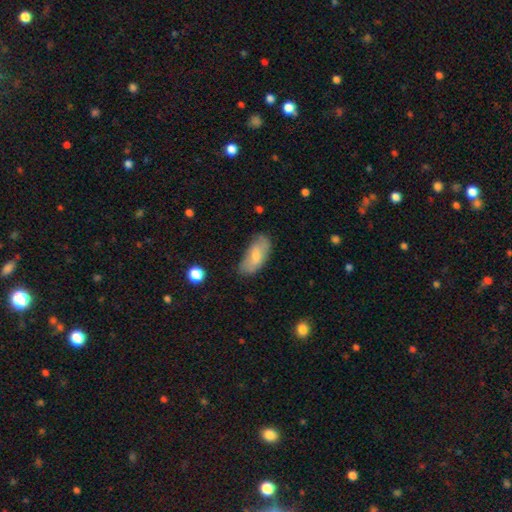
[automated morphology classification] smooth-or-featured: smooth: 70% | featured or disk: 24% | star or artifact: 7%
  how-rounded: in between: 90% | cigar-shaped: 8% | round: 3%
  merging: none: 64% | minor disturbance: 27% | major disturbance: 7% | merger: 2%